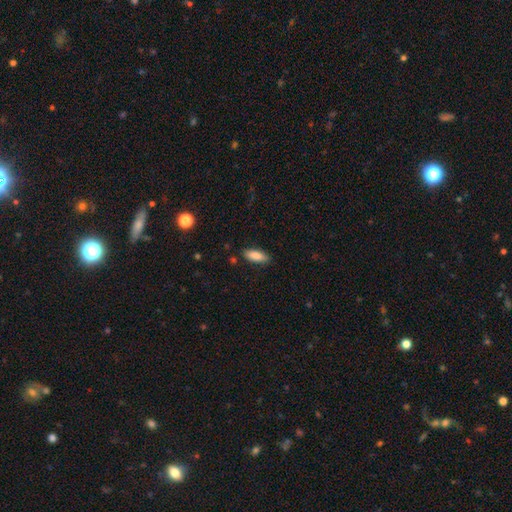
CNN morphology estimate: This is clearly a smooth galaxy (85%). How rounded: likely in between (69%). Merging: clearly none (85%).